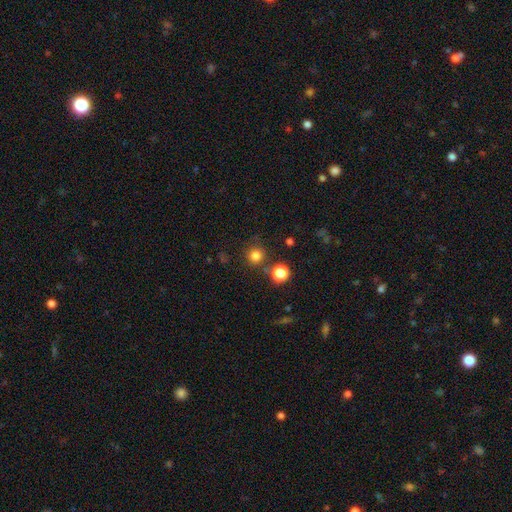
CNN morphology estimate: A smooth galaxy with no disk features (80%) that is round (94%).

Vote fractions:
- Smooth or featured? smooth: 80% / star or artifact: 15% / featured or disk: 5%
- How rounded? round: 94% / in between: 6% / cigar-shaped: 1%
- Merging? none: 81% / minor disturbance: 8% / merger: 8% / major disturbance: 3%